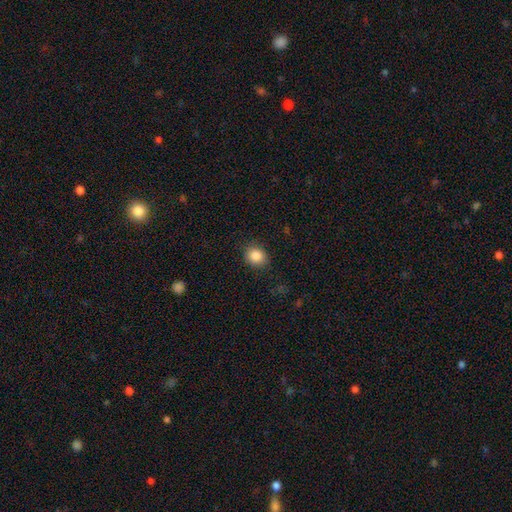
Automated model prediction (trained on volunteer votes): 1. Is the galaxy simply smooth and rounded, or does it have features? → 86% smooth, 10% star or artifact, 5% featured or disk.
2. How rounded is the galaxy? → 73% round, 26% in between, 1% cigar-shaped.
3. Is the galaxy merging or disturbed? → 86% none, 10% minor disturbance, 3% major disturbance, 1% merger.